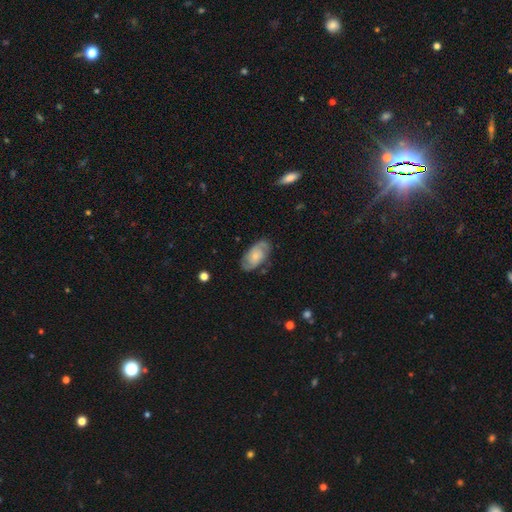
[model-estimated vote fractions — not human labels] This appears to be a featured or disk galaxy (65%) with no bar (70%), 2 (75%) tight (45%) spiral arms (89%) and a small central bulge (63%). Merging: none (77%).